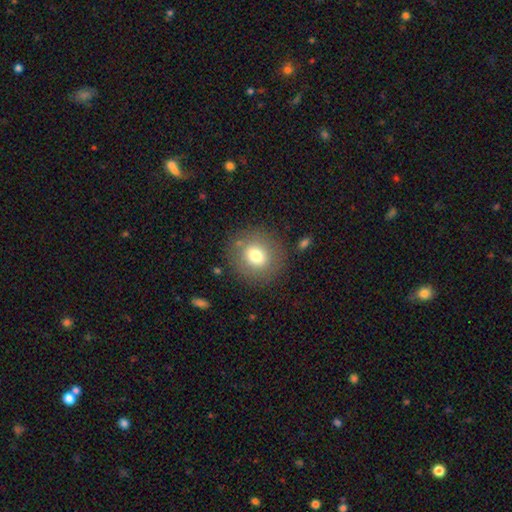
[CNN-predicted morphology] smooth_or_featured: smooth (p=0.73) [alt: featured or disk p=0.17]
how_rounded: round (p=0.86) [alt: in between p=0.13]
merging: none (p=0.83) [alt: minor disturbance p=0.10]